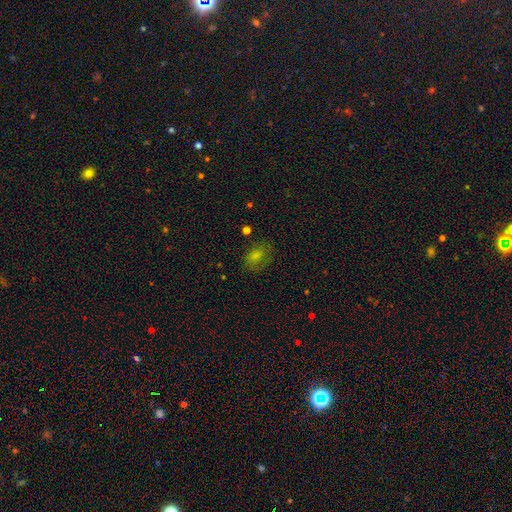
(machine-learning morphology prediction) Smooth or featured? smooth (52%)
How rounded? in between (65%)
Merging? none (71%)